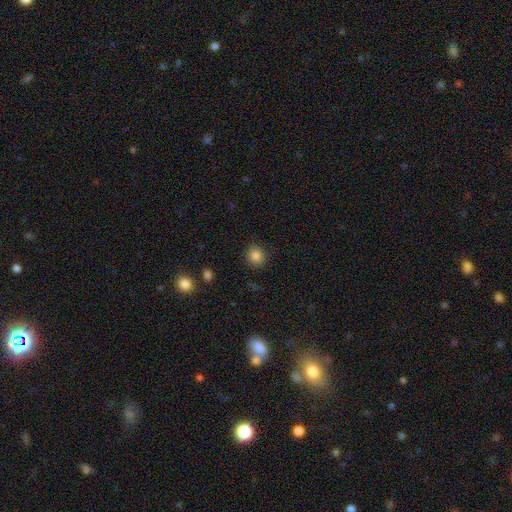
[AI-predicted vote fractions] Smooth or featured? smooth (83%)
How rounded? round (82%)
Merging? none (88%)